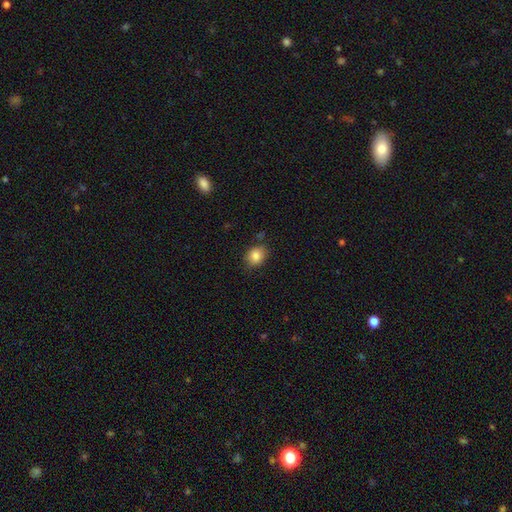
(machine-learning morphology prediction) type=smooth (84%); roundness=in between (50%); merging=none (78%).